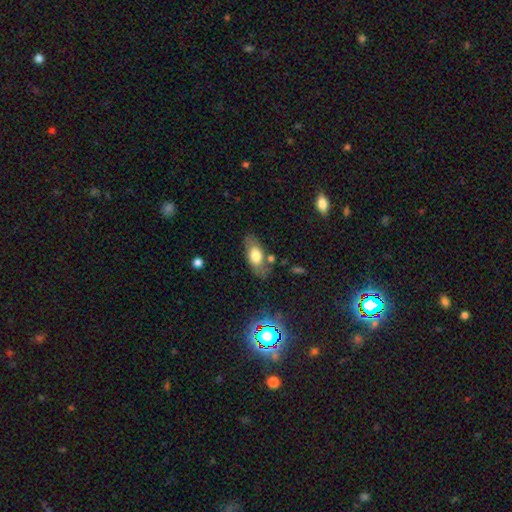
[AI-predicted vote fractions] This appears to be a smooth galaxy with no disk features (67%) that is in between round and cigar-shaped (87%). Merging: none (70%).